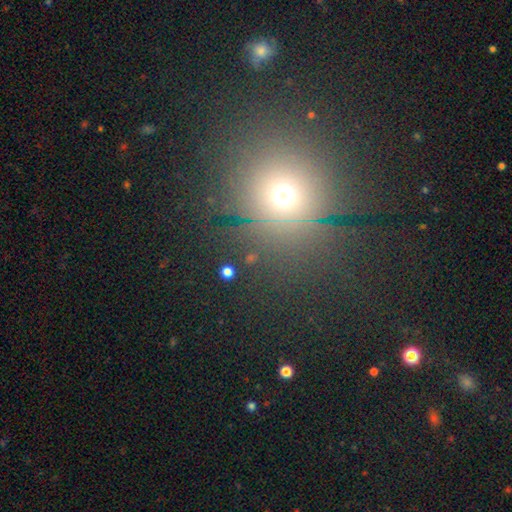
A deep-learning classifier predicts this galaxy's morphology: This is possibly a smooth galaxy (51%). How rounded: clearly round (88%). Merging: clearly none (82%).